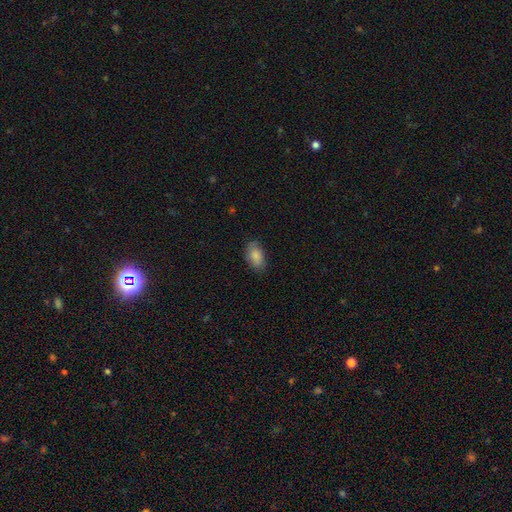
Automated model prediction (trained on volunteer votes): Q: Smooth or featured?
A: smooth (86%); runner-up: star or artifact (7%)
Q: How rounded?
A: in between (93%); runner-up: round (5%)
Q: Merging?
A: none (81%); runner-up: minor disturbance (15%)